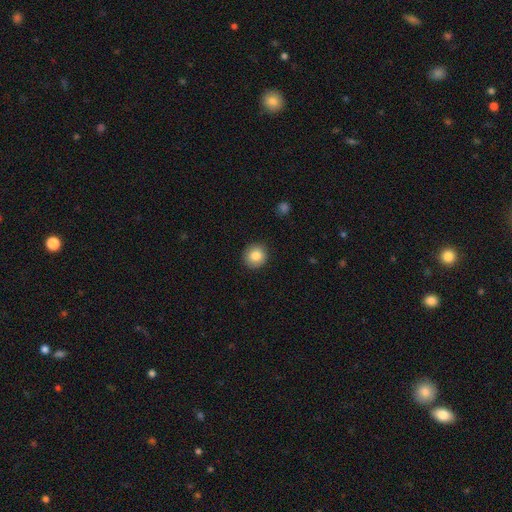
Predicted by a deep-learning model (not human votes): Smooth or featured?
  - smooth: 84% *
  - star or artifact: 9%
  - featured or disk: 7%
How rounded?
  - round: 89% *
  - in between: 10%
  - cigar-shaped: 1%
Merging?
  - none: 90% *
  - minor disturbance: 7%
  - major disturbance: 2%
  - merger: 1%